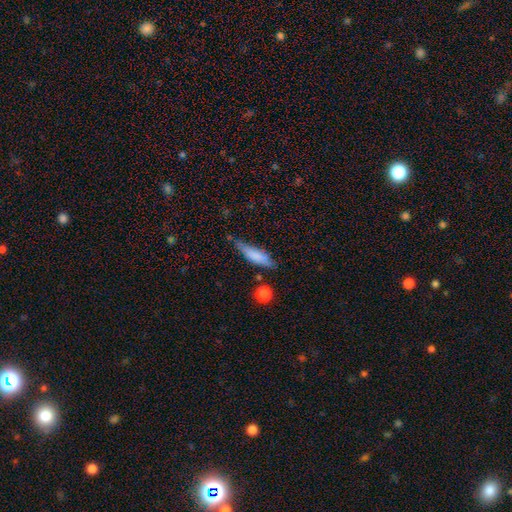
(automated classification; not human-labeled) Smooth or featured? smooth (73%)
How rounded? cigar-shaped (63%)
Merging? none (60%)